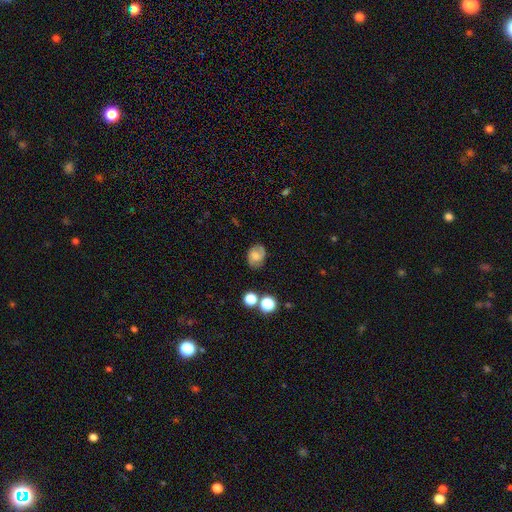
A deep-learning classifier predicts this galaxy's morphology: Smooth or featured? Predicted: featured or disk (p=0.48). Merging? Predicted: none (p=0.74).